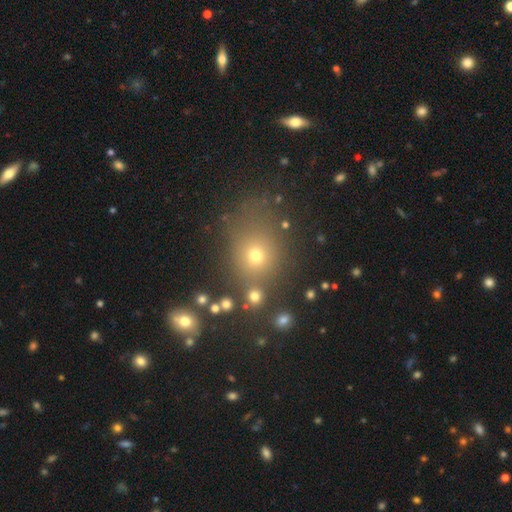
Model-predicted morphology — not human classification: A smooth galaxy with no disk features (60%) that is round (62%). Merging: none (71%).